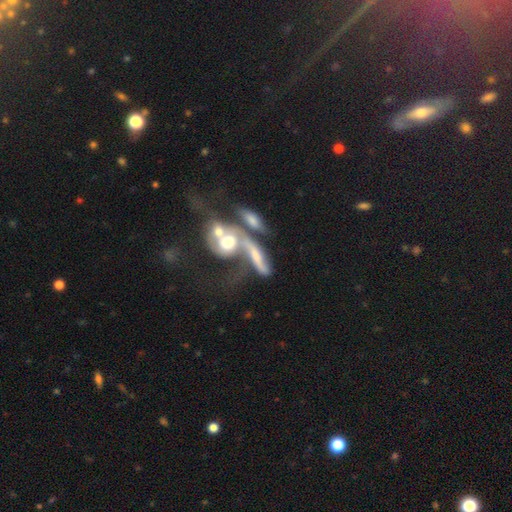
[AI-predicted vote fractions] smooth-or-featured: featured or disk: 57% | smooth: 34% | star or artifact: 9%
  disk-edge-on: no: 77% | yes: 23%
  merging: merger: 63% | major disturbance: 16% | none: 13% | minor disturbance: 8%